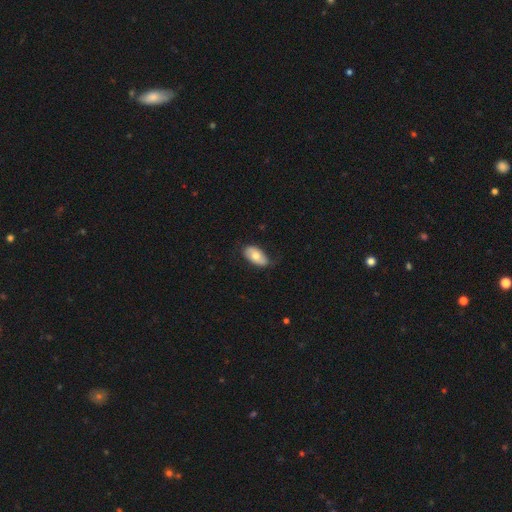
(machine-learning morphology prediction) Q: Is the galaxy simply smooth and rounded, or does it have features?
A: smooth — 66%.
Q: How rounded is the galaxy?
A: in between — 94%.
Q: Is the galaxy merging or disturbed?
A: none — 70%.